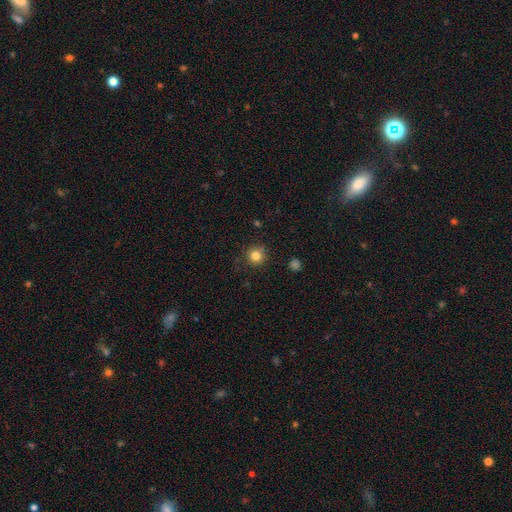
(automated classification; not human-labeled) A smooth galaxy with no disk features (83%) that is round (94%).

Vote fractions:
- Smooth or featured? smooth: 83% / star or artifact: 12% / featured or disk: 5%
- How rounded? round: 94% / in between: 5% / cigar-shaped: 1%
- Merging? none: 87% / minor disturbance: 8% / major disturbance: 2% / merger: 2%